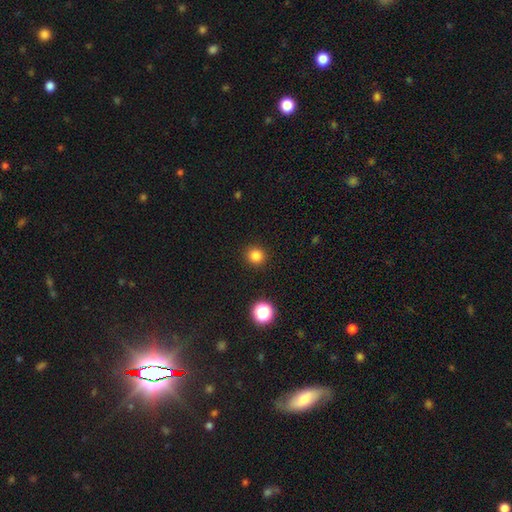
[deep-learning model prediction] Overall: smooth (82%). How rounded: round (93%). Merging: none (92%).